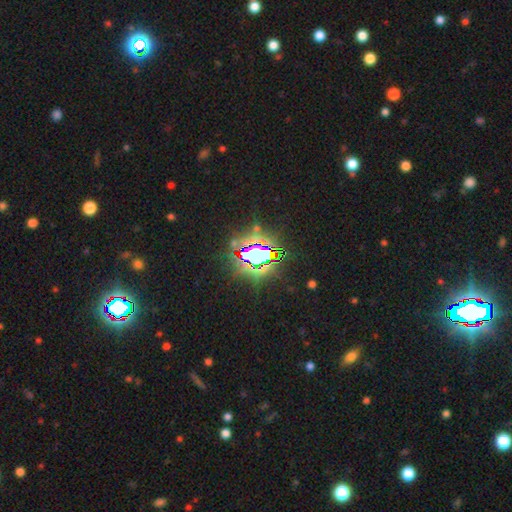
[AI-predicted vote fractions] This is likely a star or artifact rather than a galaxy (76%).